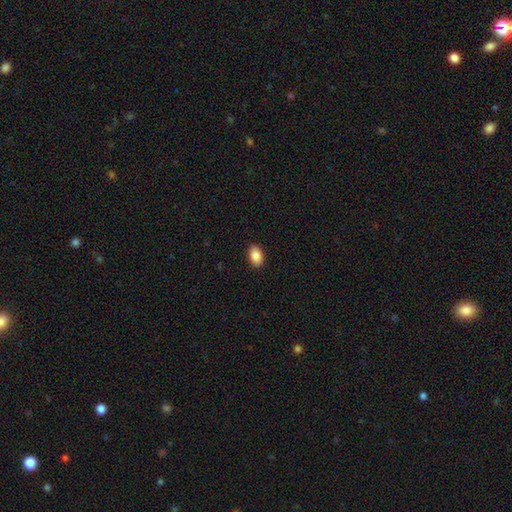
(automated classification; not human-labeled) smooth-or-featured: smooth: 88% | star or artifact: 8% | featured or disk: 5%
  how-rounded: in between: 91% | round: 7% | cigar-shaped: 2%
  merging: none: 90% | minor disturbance: 7% | major disturbance: 2% | merger: 1%